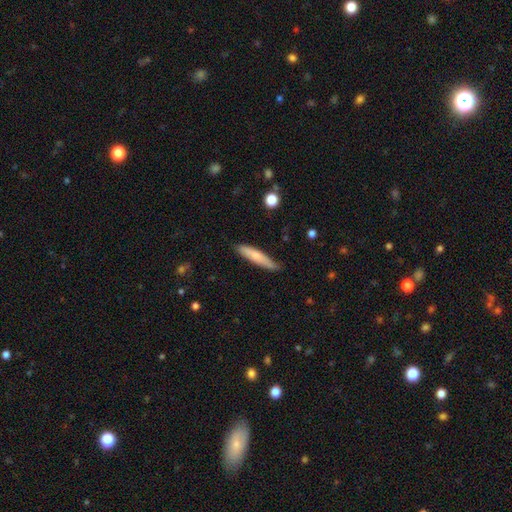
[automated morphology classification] Overall: smooth (72%). How rounded: cigar-shaped (87%). Merging: none (79%).